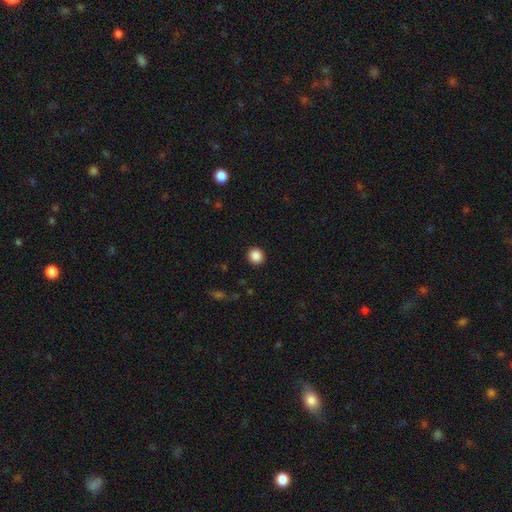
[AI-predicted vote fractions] The model was most divided on "smooth or featured": smooth: 88%, star or artifact: 10%, featured or disk: 3%. More confident: merging — none (92%); how rounded — round (90%).